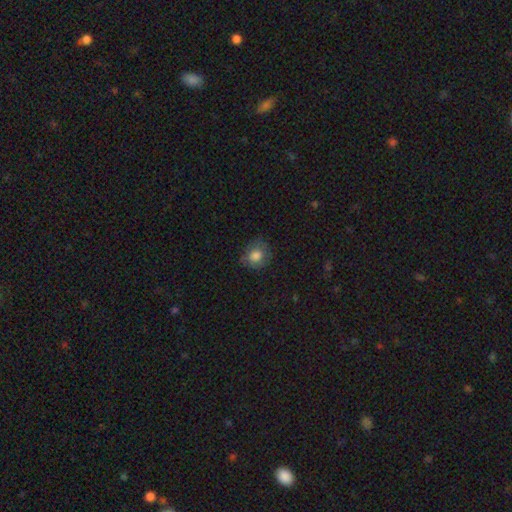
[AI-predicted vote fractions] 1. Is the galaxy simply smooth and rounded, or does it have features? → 77% smooth, 14% featured or disk, 9% star or artifact.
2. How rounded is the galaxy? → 75% round, 24% in between, 1% cigar-shaped.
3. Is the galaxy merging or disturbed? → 69% none, 22% minor disturbance, 8% major disturbance, 1% merger.